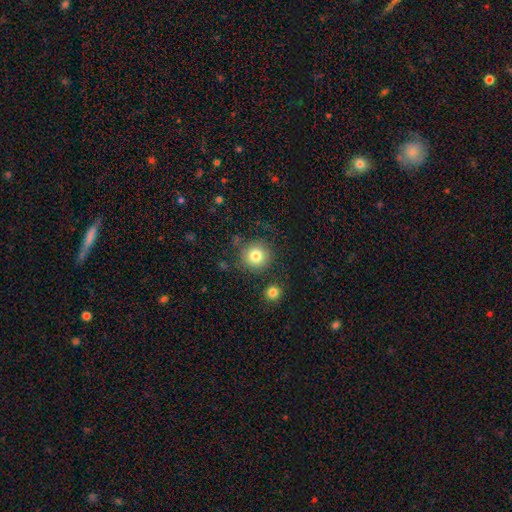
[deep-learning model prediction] Smooth or featured: smooth — 81% (star or artifact — 10%)
How rounded: round — 93% (in between — 6%)
Merging: none — 81% (minor disturbance — 10%)